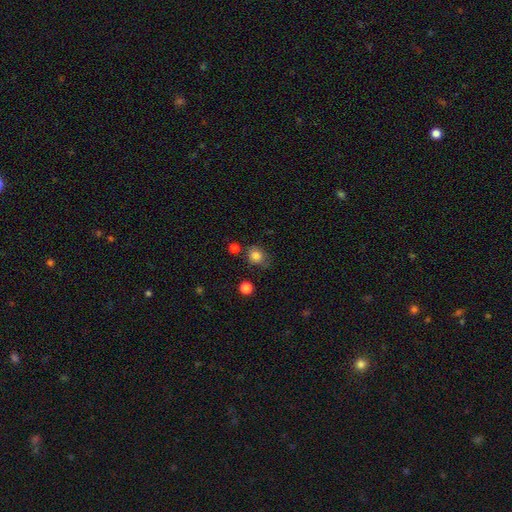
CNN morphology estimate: smooth-or-featured: smooth: 82% | star or artifact: 11% | featured or disk: 7%
  how-rounded: round: 71% | in between: 28% | cigar-shaped: 1%
  merging: none: 67% | minor disturbance: 20% | major disturbance: 7% | merger: 6%